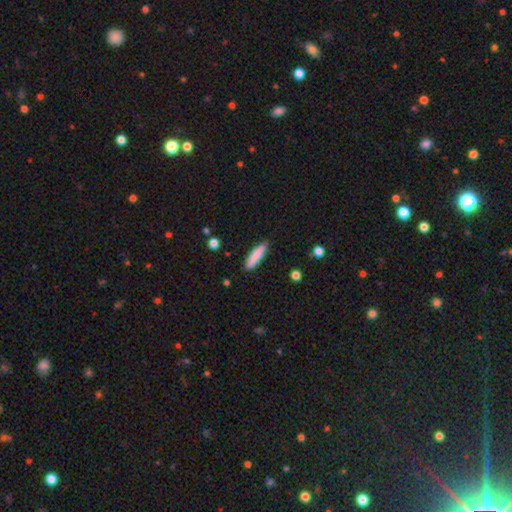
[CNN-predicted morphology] The model was most divided on "how rounded": cigar-shaped: 76%, in between: 22%, round: 1%. More confident: merging — none (89%); smooth or featured — smooth (84%).